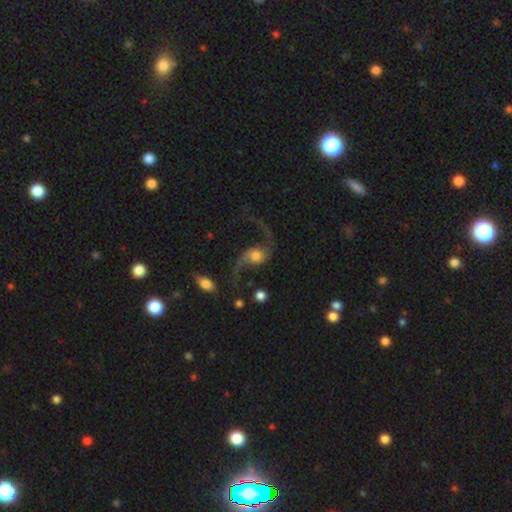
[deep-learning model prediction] smooth_or_featured: featured or disk (p=0.85) [alt: smooth p=0.09]
disk_edge_on: no (p=0.96) [alt: yes p=0.04]
bar: no (p=0.65) [alt: weak p=0.28]
has_spiral_arms: yes (p=0.95) [alt: no p=0.05]
spiral_winding: loose (p=0.90) [alt: medium p=0.08]
spiral_arm_count: 2 (p=0.93) [alt: 1 p=0.03]
bulge_size: moderate (p=0.52) [alt: large p=0.24]
merging: none (p=0.59) [alt: major disturbance p=0.18]